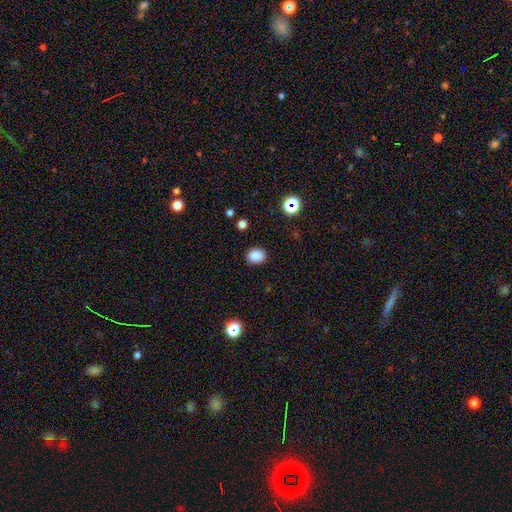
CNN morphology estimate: Smooth or featured?
  - smooth: 86% *
  - star or artifact: 11%
  - featured or disk: 3%
How rounded?
  - in between: 56% *
  - round: 43%
  - cigar-shaped: 1%
Merging?
  - none: 87% *
  - minor disturbance: 9%
  - major disturbance: 3%
  - merger: 1%